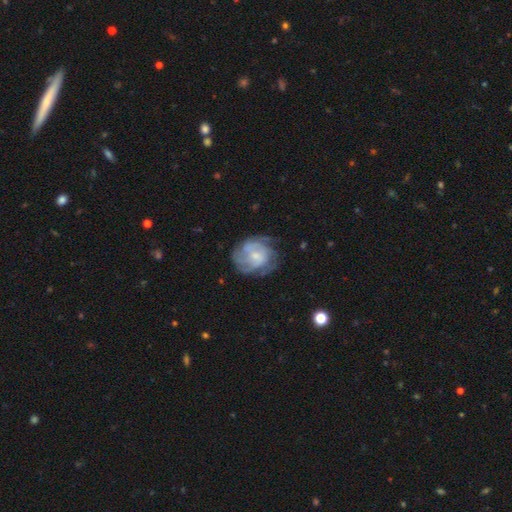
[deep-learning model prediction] Smooth or featured? featured or disk (71%)
Edge-on disk? no (98%)
Bar? no (64%)
Spiral arms? yes (88%)
Spiral winding? tight (50%)
Spiral arm count? can't tell (38%)
Bulge size? small (53%)
Merging? none (65%)